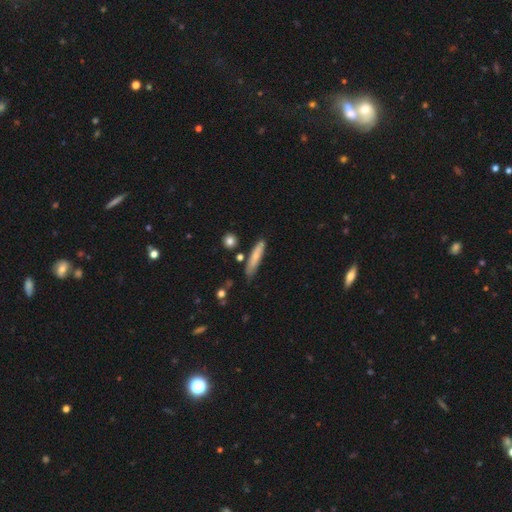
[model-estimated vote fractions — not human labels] A smooth galaxy with no disk features (70%) that is cigar-shaped (85%).

Vote fractions:
- Smooth or featured? smooth: 70% / featured or disk: 24% / star or artifact: 6%
- How rounded? cigar-shaped: 85% / in between: 13% / round: 2%
- Merging? none: 73% / minor disturbance: 19% / merger: 5% / major disturbance: 3%